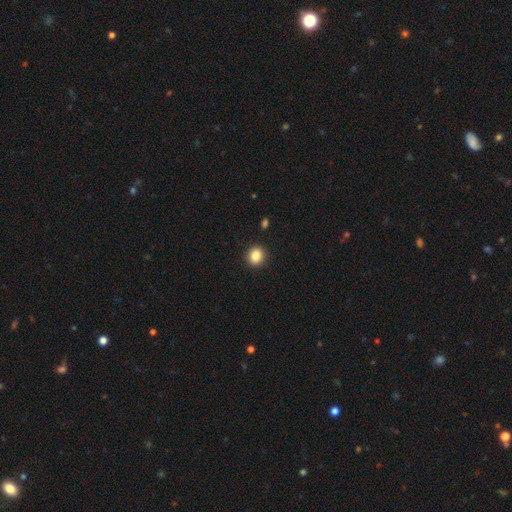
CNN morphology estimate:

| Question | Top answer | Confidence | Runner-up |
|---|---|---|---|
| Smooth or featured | smooth | 86% | star or artifact (10%) |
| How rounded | round | 77% | in between (22%) |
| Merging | none | 91% | minor disturbance (6%) |